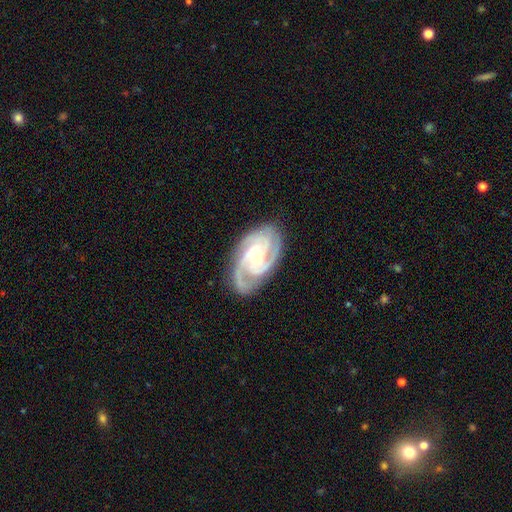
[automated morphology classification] smooth-or-featured: featured or disk: 91% | smooth: 5% | star or artifact: 4%
  disk-edge-on: no: 97% | yes: 3%
    bar: no: 46% | weak: 41% | strong: 14%
    has-spiral-arms: yes: 99% | no: 1%
      spiral-winding: tight: 61% | medium: 35% | loose: 4%
      spiral-arm-count: 3: 62% | 4: 13% | 2: 12% | can't tell: 6% | more than 4: 3% | 1: 3%
    bulge-size: moderate: 51% | small: 44% | large: 3% | none: 1% | dominant: 1%
  merging: none: 80% | minor disturbance: 15% | major disturbance: 4% | merger: 1%